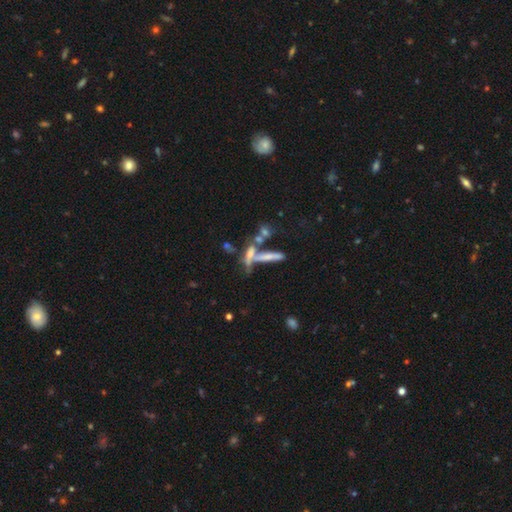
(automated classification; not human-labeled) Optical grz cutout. It shows a featured or disk galaxy (48%). Merging: merger (44%).